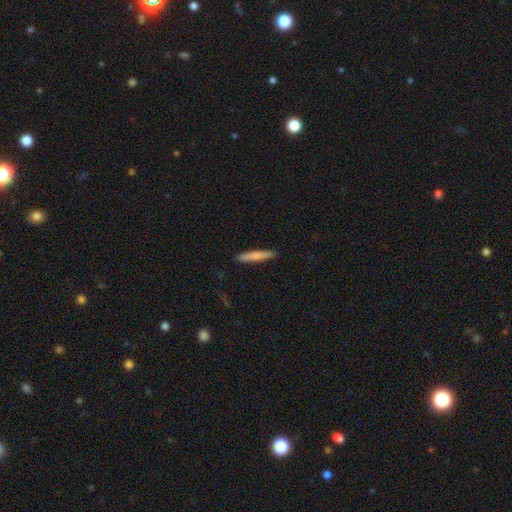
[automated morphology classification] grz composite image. It shows a smooth galaxy with no disk features (77%) that is cigar-shaped (94%). Merging: none (91%).